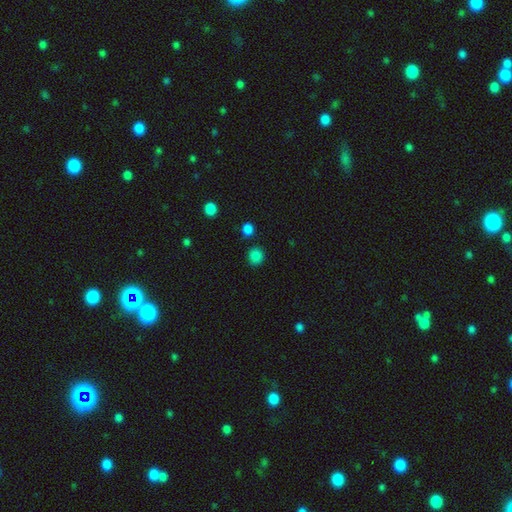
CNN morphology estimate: Q: Smooth or featured?
A: smooth (84%); runner-up: star or artifact (12%)
Q: How rounded?
A: round (86%); runner-up: in between (13%)
Q: Merging?
A: none (83%); runner-up: minor disturbance (9%)